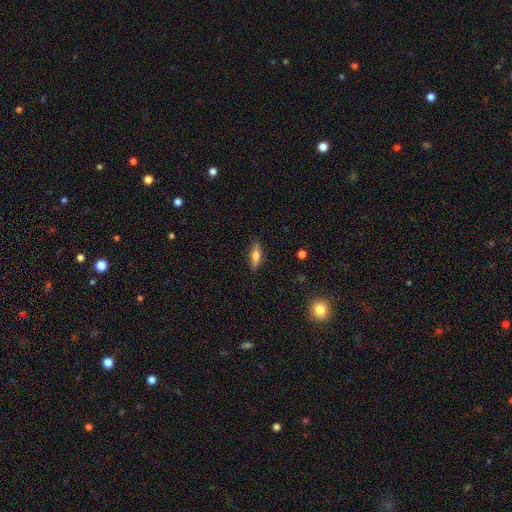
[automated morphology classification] Q: Smooth or featured?
A: smooth (58%); runner-up: featured or disk (35%)
Q: How rounded?
A: in between (50%); runner-up: cigar-shaped (47%)
Q: Merging?
A: none (85%); runner-up: minor disturbance (11%)